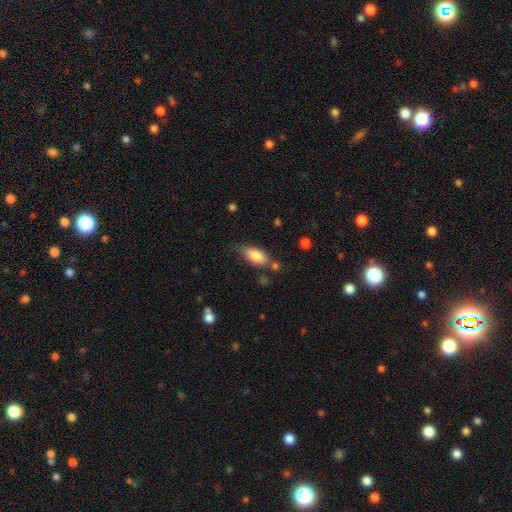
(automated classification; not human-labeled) Smooth or featured?
  - smooth: 81% *
  - featured or disk: 13%
  - star or artifact: 7%
How rounded?
  - in between: 83% *
  - cigar-shaped: 13%
  - round: 3%
Merging?
  - none: 54% *
  - minor disturbance: 27%
  - merger: 10%
  - major disturbance: 8%